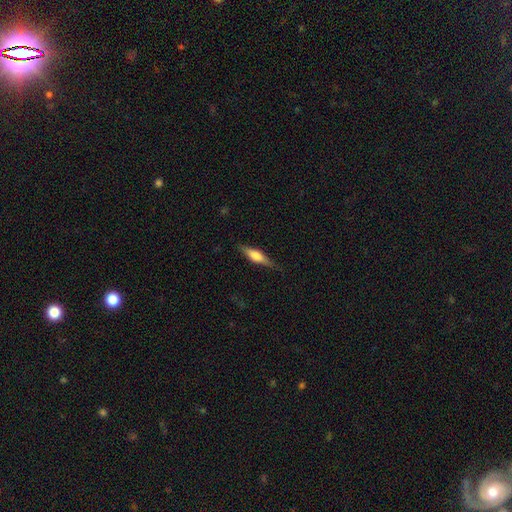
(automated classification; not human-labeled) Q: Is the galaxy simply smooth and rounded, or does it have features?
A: featured or disk — 48%.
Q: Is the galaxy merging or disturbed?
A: none — 84%.